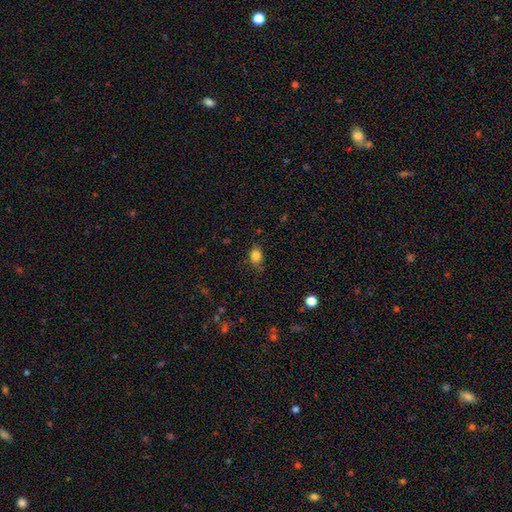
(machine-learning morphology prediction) Smooth or featured: smooth — 84% (star or artifact — 11%)
How rounded: in between — 66% (round — 32%)
Merging: none — 74% (minor disturbance — 20%)